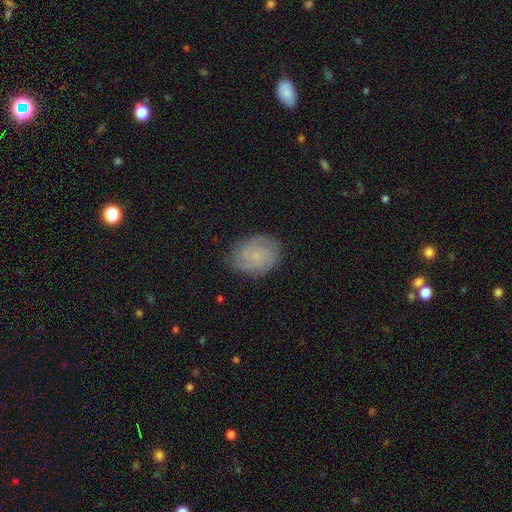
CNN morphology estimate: Smooth or featured? featured or disk (51%)
Edge-on disk? no (97%)
Merging? none (80%)